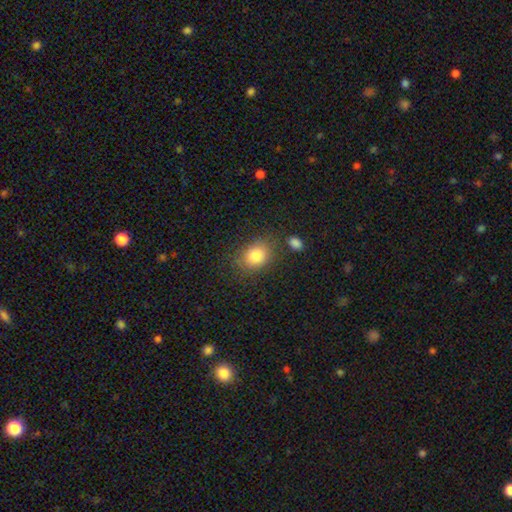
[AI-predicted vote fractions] smooth-or-featured: smooth: 83% | star or artifact: 9% | featured or disk: 8%
  how-rounded: in between: 56% | round: 43% | cigar-shaped: 1%
  merging: none: 75% | minor disturbance: 15% | major disturbance: 5% | merger: 5%